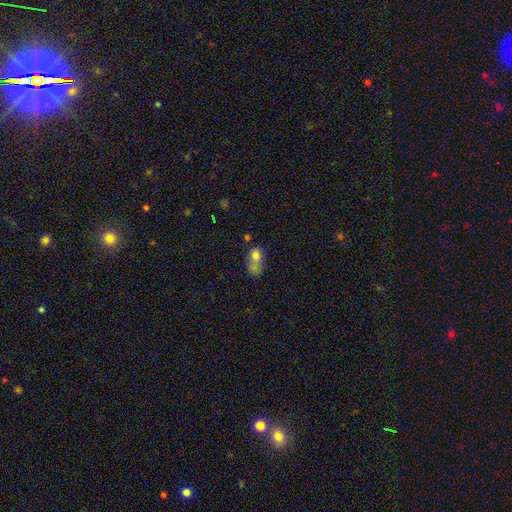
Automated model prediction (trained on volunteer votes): smooth_or_featured: smooth (p=0.69) [alt: featured or disk p=0.18]
how_rounded: in between (p=0.78) [alt: round p=0.19]
merging: merger (p=0.31) [alt: major disturbance p=0.25]